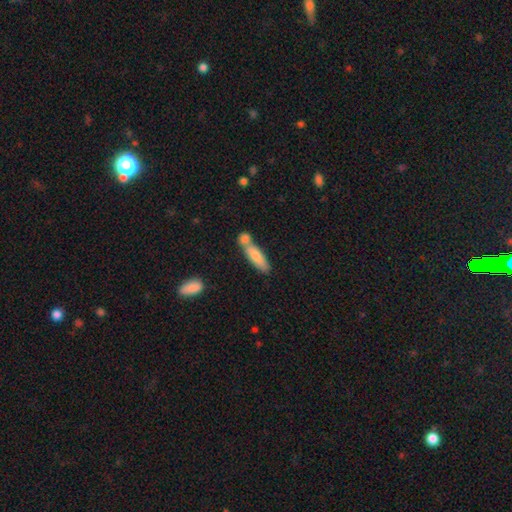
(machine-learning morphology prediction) smooth_or_featured: smooth (p=0.77) [alt: featured or disk p=0.16]
how_rounded: cigar-shaped (p=0.55) [alt: in between p=0.42]
merging: merger (p=0.43) [alt: none p=0.42]